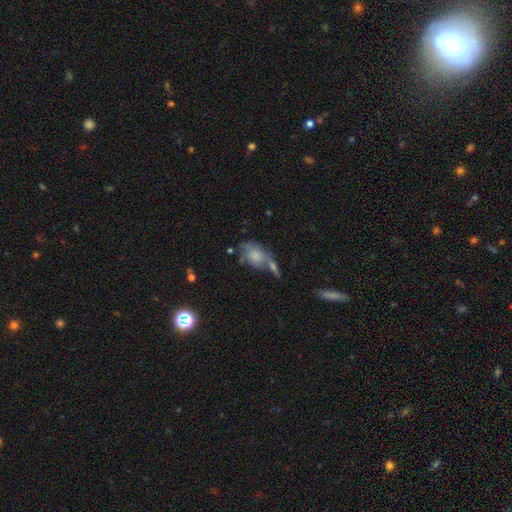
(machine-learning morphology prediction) smooth_or_featured: smooth (p=0.68) [alt: featured or disk p=0.23]
how_rounded: in between (p=0.79) [alt: round p=0.18]
merging: none (p=0.37) [alt: merger p=0.31]